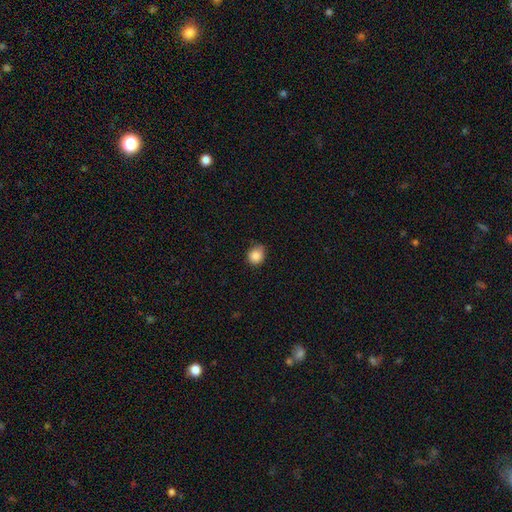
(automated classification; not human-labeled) A smooth galaxy with no disk features (86%) that is round (79%). Merging: none (70%).